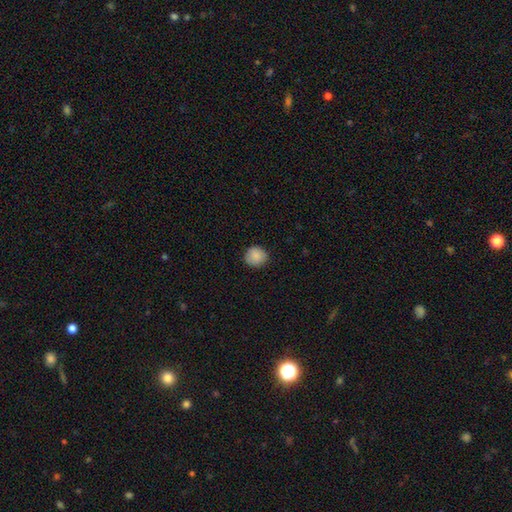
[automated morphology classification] type=smooth (87%); roundness=round (88%); merging=none (85%).